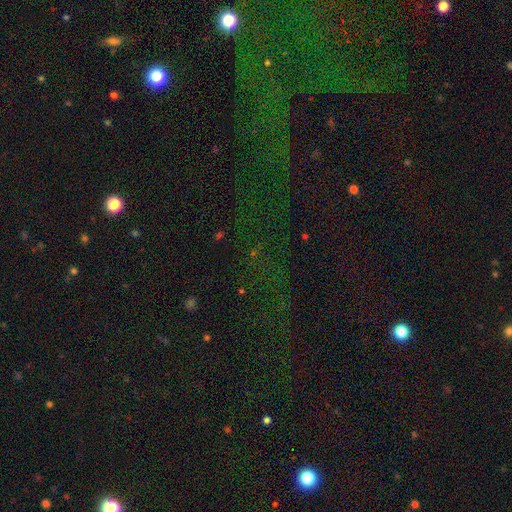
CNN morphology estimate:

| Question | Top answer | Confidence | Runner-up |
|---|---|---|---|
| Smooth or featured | star or artifact | 75% | smooth (15%) |